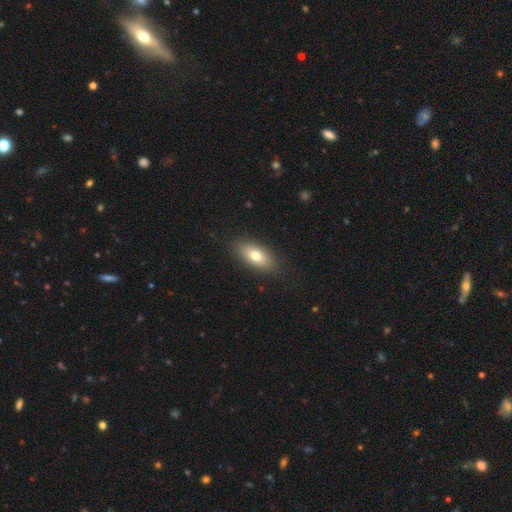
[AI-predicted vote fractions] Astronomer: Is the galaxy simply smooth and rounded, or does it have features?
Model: smooth — 75%.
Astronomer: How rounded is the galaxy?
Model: in between — 84%.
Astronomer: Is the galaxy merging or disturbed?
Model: none — 88%.